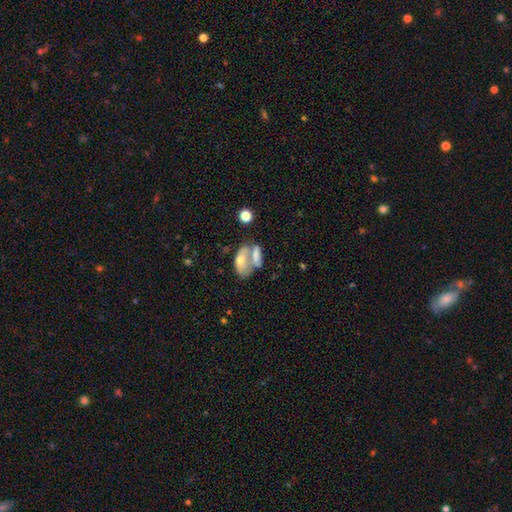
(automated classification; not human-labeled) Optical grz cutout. It shows a smooth galaxy with no disk features (63%) that is in between round and cigar-shaped (79%). Merging: merger (60%).